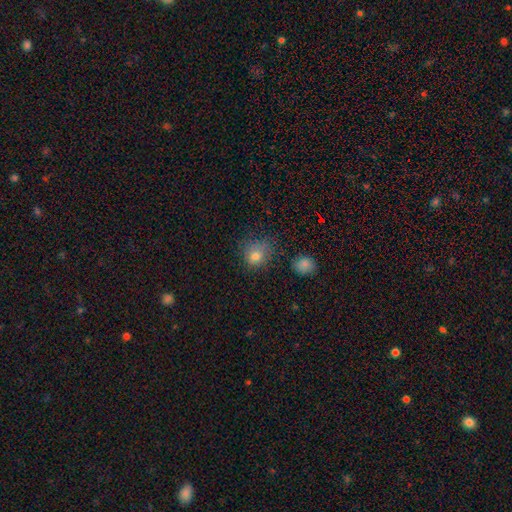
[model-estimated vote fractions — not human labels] smooth_or_featured: smooth (p=0.78) [alt: star or artifact p=0.15]
how_rounded: round (p=0.76) [alt: in between p=0.23]
merging: none (p=0.66) [alt: minor disturbance p=0.22]